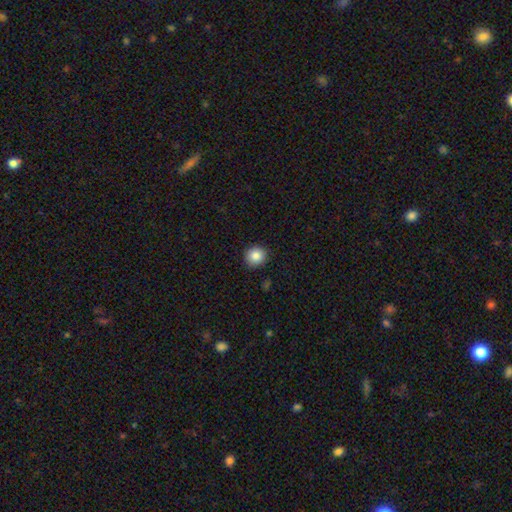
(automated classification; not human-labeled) smooth 86%, star or artifact 9%, featured or disk 5%. Down the decision tree: how rounded — round (88%); merging — none (90%).